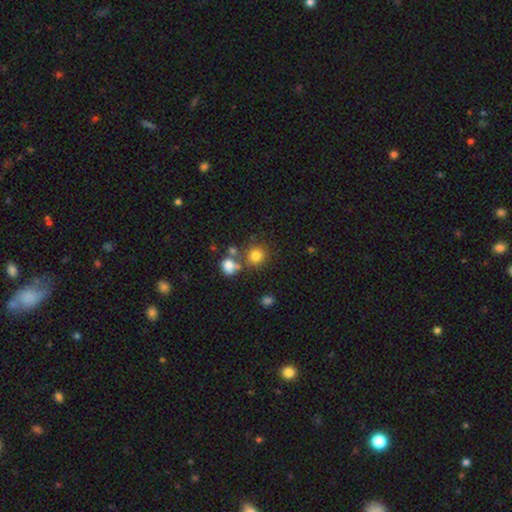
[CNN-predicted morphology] smooth-or-featured: smooth: 79% | star or artifact: 13% | featured or disk: 8%
  how-rounded: round: 88% | in between: 11% | cigar-shaped: 1%
  merging: none: 67% | merger: 18% | minor disturbance: 10% | major disturbance: 4%